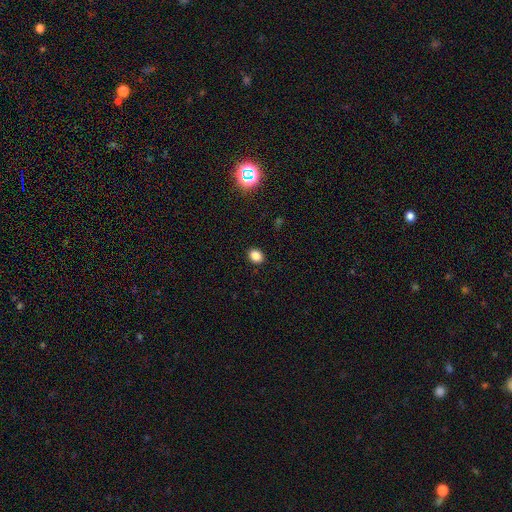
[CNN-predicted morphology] Overall: smooth (84%). How rounded: round (52%; in between 47%). Merging: none (91%).